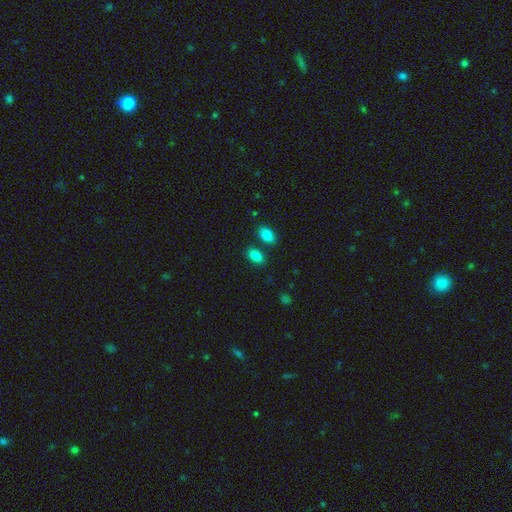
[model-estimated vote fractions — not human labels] A smooth galaxy with no disk features (85%) that is in between round and cigar-shaped (89%).

Vote fractions:
- Smooth or featured? smooth: 85% / star or artifact: 9% / featured or disk: 6%
- How rounded? in between: 89% / round: 9% / cigar-shaped: 2%
- Merging? none: 75% / merger: 11% / minor disturbance: 11% / major disturbance: 3%